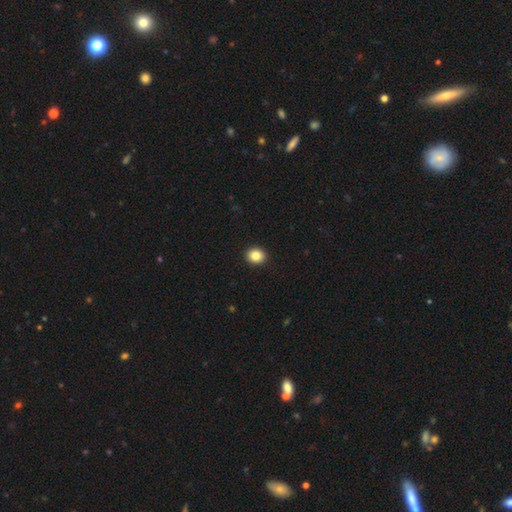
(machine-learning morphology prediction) smooth-or-featured: smooth: 85% | star or artifact: 10% | featured or disk: 6%
  how-rounded: round: 73% | in between: 27% | cigar-shaped: 1%
  merging: none: 93% | minor disturbance: 5% | major disturbance: 1% | merger: 1%